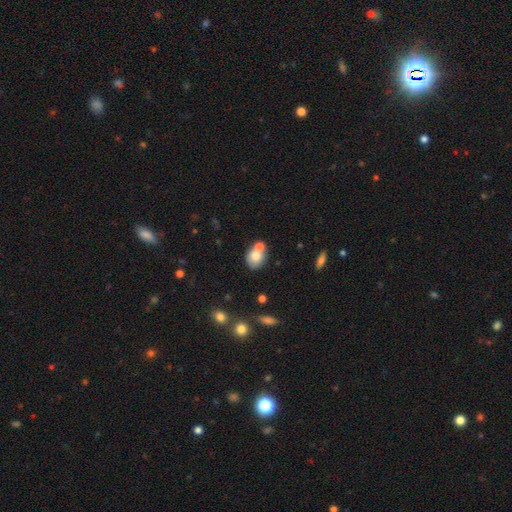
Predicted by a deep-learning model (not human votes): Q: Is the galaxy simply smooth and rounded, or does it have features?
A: smooth — 74%.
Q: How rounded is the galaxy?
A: round — 54%.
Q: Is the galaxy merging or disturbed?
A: none — 45%.